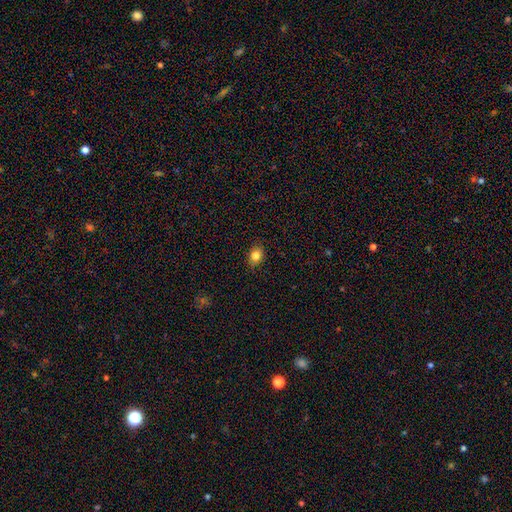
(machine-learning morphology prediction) The model was most divided on "how rounded": in between: 62%, round: 37%, cigar-shaped: 1%. More confident: merging — none (87%); smooth or featured — smooth (83%).